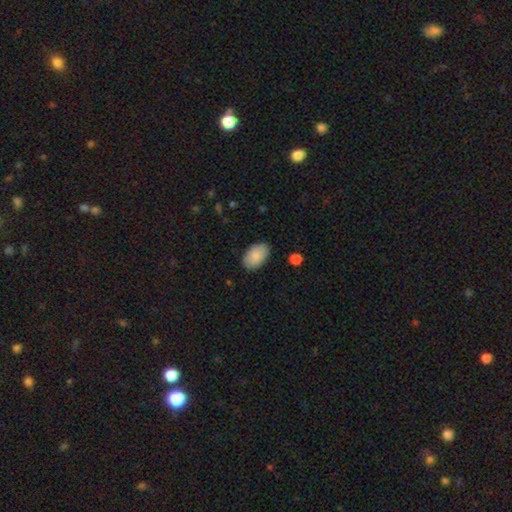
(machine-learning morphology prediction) Smooth or featured? Predicted: smooth (p=0.87). How rounded? Predicted: in between (p=0.93). Merging? Predicted: none (p=0.85).